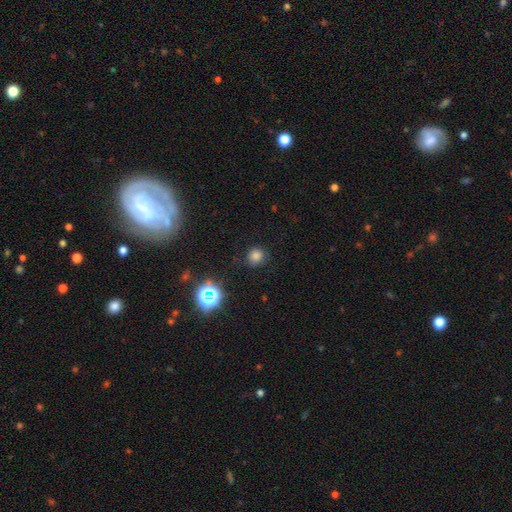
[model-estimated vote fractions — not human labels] Smooth or featured?
  - smooth: 76% *
  - star or artifact: 19%
  - featured or disk: 5%
How rounded?
  - round: 90% *
  - in between: 9%
  - cigar-shaped: 1%
Merging?
  - none: 81% *
  - minor disturbance: 13%
  - major disturbance: 4%
  - merger: 2%